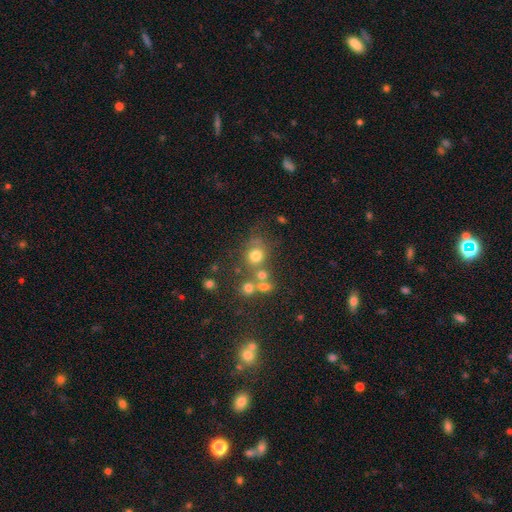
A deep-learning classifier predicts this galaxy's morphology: Smooth or featured?
  - smooth: 70% *
  - star or artifact: 17%
  - featured or disk: 13%
How rounded?
  - round: 81% *
  - in between: 18%
  - cigar-shaped: 1%
Merging?
  - none: 56% *
  - merger: 22%
  - minor disturbance: 13%
  - major disturbance: 8%